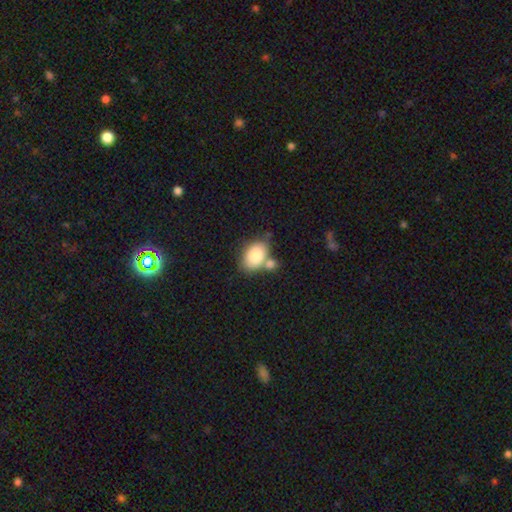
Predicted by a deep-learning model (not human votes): Q: Smooth or featured?
A: smooth (82%); runner-up: featured or disk (11%)
Q: How rounded?
A: in between (83%); runner-up: round (16%)
Q: Merging?
A: none (45%); runner-up: merger (34%)